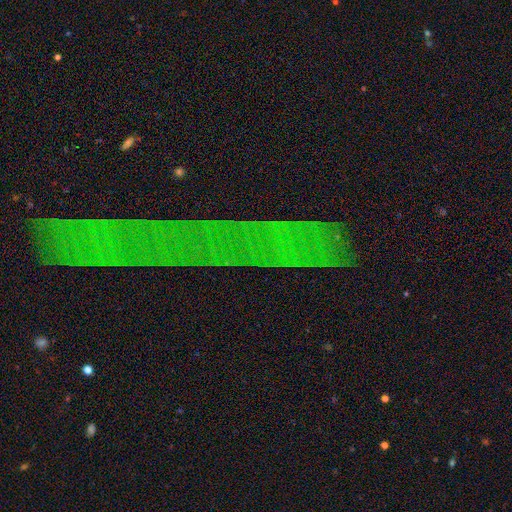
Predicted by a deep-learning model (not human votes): Smooth or featured?
  - star or artifact: 76% *
  - featured or disk: 13%
  - smooth: 11%